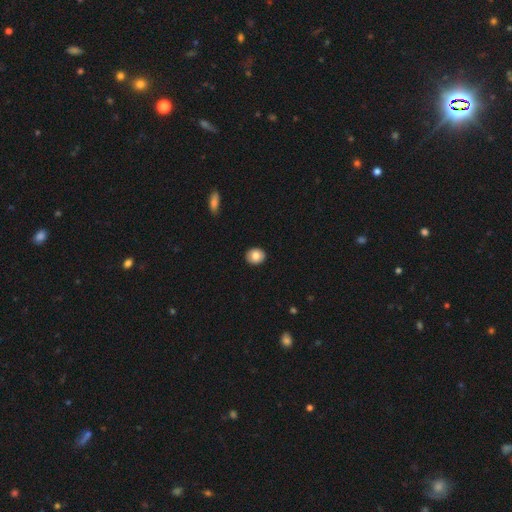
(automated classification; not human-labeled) A smooth galaxy with no disk features (79%) that is round (72%). Merging: none (91%).